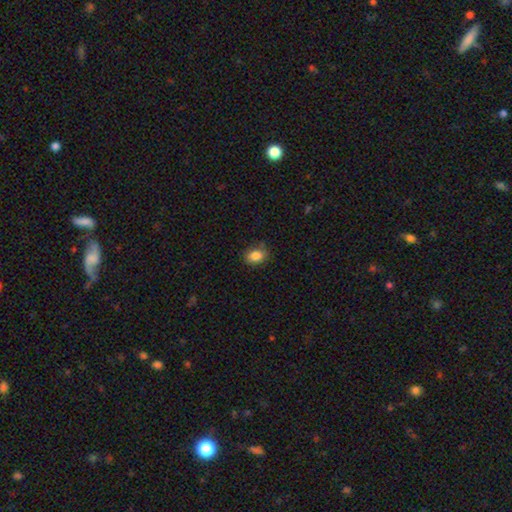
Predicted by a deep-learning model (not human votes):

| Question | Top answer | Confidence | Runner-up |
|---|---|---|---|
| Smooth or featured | smooth | 86% | star or artifact (9%) |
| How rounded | in between | 77% | round (22%) |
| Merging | none | 83% | minor disturbance (13%) |